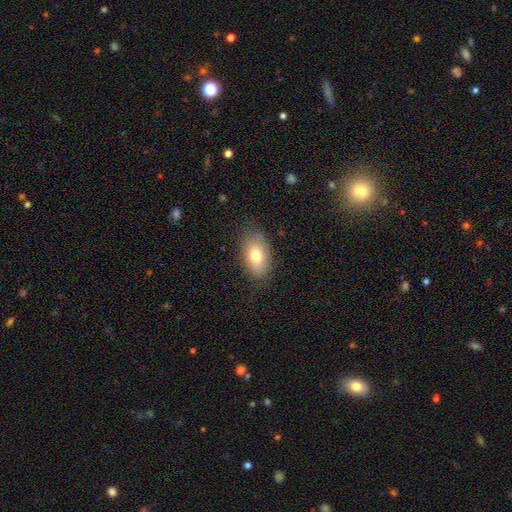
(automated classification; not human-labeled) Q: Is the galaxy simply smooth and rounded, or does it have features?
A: smooth — 75%.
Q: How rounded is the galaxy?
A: in between — 91%.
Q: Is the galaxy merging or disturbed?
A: none — 79%.